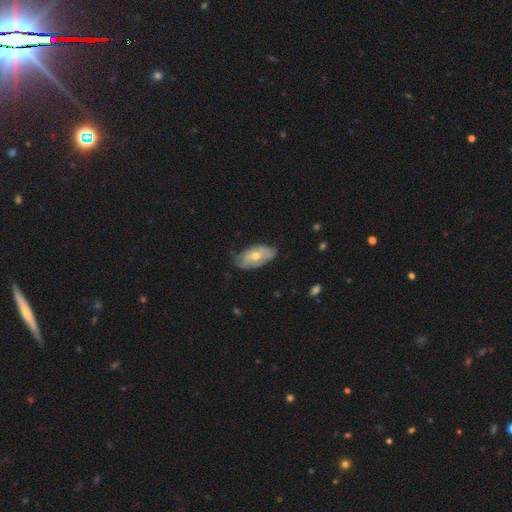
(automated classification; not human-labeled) This is possibly a featured or disk galaxy (48%). Merging: possibly none (55%).